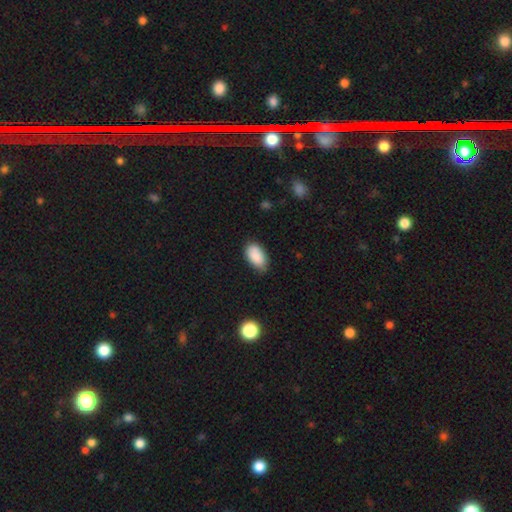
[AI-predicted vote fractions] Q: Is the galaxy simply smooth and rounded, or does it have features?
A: smooth — 88%.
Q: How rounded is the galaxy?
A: in between — 94%.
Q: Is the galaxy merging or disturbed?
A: none — 73%.